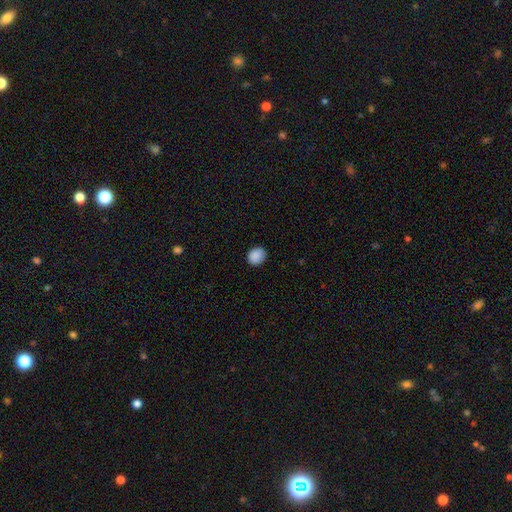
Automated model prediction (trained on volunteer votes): Smooth or featured? smooth (89%)
How rounded? round (67%)
Merging? none (88%)